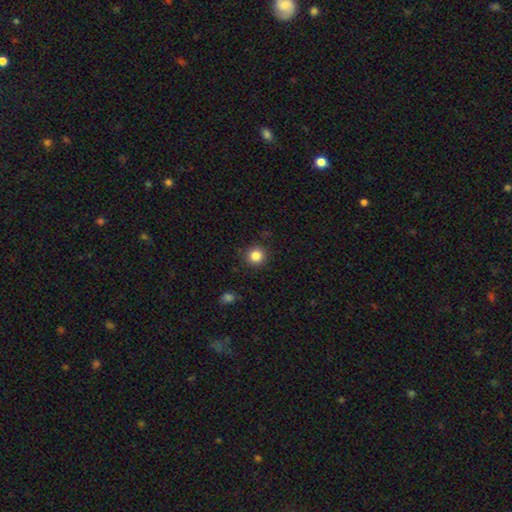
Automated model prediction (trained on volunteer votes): Smooth or featured? smooth (85%)
How rounded? round (93%)
Merging? none (89%)